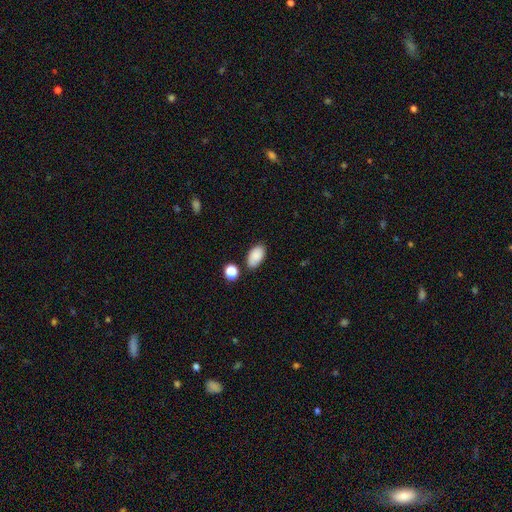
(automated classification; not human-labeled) Smooth or featured: smooth — 87% (star or artifact — 8%)
How rounded: in between — 94% (round — 5%)
Merging: none — 77% (minor disturbance — 14%)